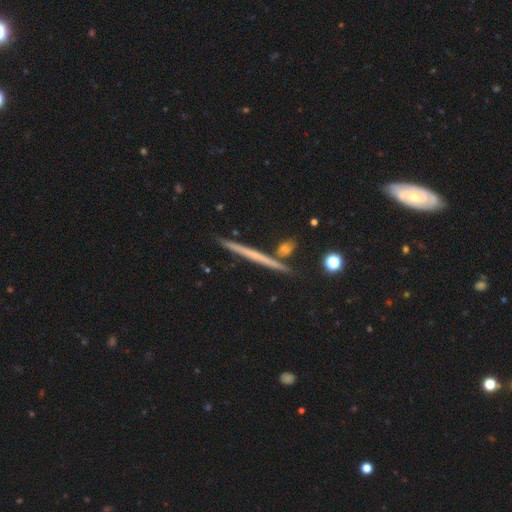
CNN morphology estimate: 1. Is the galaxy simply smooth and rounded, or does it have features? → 62% featured or disk, 31% smooth, 7% star or artifact.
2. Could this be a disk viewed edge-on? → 97% yes, 3% no.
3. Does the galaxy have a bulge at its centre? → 83% none, 13% rounded, 4% boxy.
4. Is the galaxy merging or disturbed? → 86% none, 7% minor disturbance, 5% merger, 2% major disturbance.